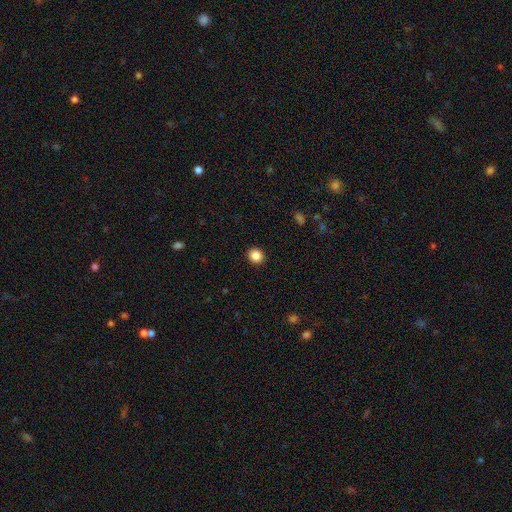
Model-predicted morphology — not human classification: Smooth or featured? smooth (86%)
How rounded? round (86%)
Merging? none (93%)